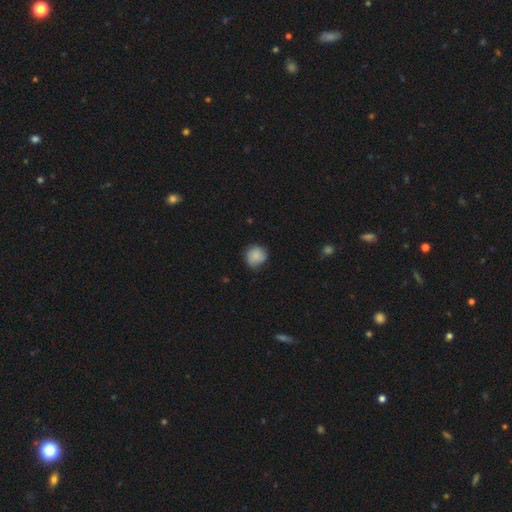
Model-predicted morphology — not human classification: A smooth galaxy with no disk features (82%) that is round (87%). Merging: none (66%).